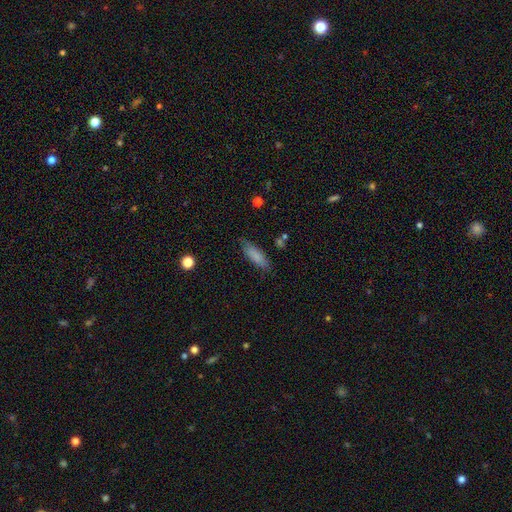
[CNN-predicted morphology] smooth-or-featured: smooth: 81% | featured or disk: 12% | star or artifact: 7%
  how-rounded: in between: 52% | cigar-shaped: 46% | round: 2%
  merging: none: 78% | minor disturbance: 16% | major disturbance: 3% | merger: 2%